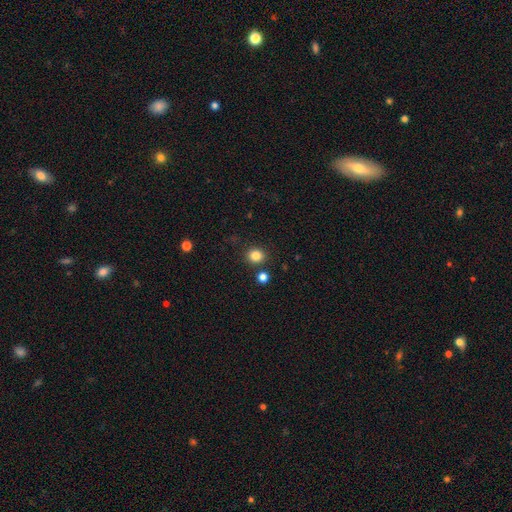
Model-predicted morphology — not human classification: A smooth galaxy with no disk features (83%) that is round (80%).

Vote fractions:
- Smooth or featured? smooth: 83% / star or artifact: 12% / featured or disk: 4%
- How rounded? round: 80% / in between: 19% / cigar-shaped: 1%
- Merging? none: 85% / minor disturbance: 7% / merger: 5% / major disturbance: 2%